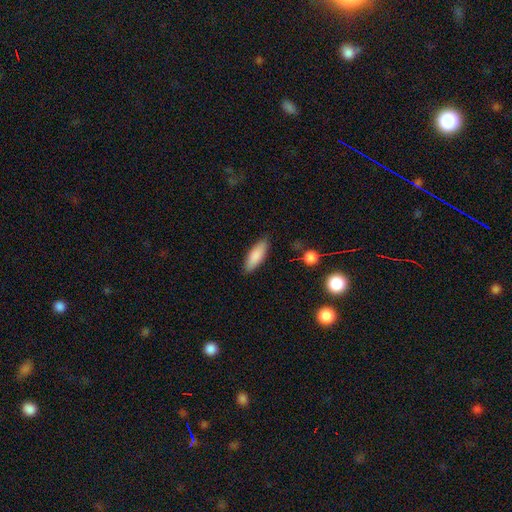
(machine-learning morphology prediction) This is clearly a smooth galaxy (85%). How rounded: likely in between (65%). Merging: clearly none (85%).